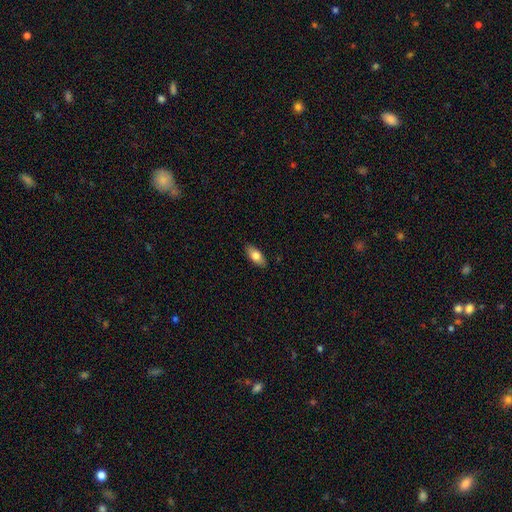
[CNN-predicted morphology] A smooth galaxy with no disk features (78%) that is in between round and cigar-shaped (86%).

Vote fractions:
- Smooth or featured? smooth: 78% / featured or disk: 16% / star or artifact: 7%
- How rounded? in between: 86% / cigar-shaped: 11% / round: 3%
- Merging? none: 88% / minor disturbance: 9% / major disturbance: 2% / merger: 1%